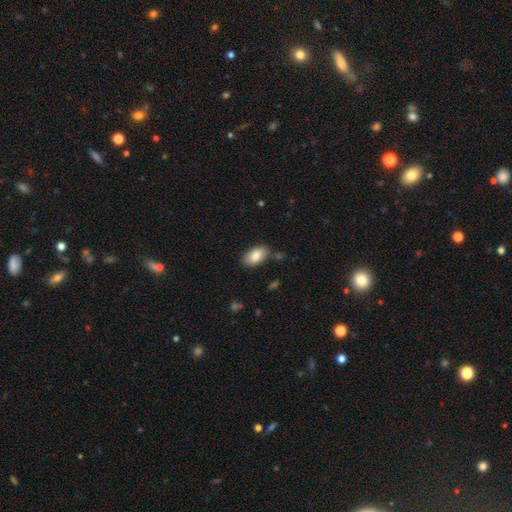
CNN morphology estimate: smooth_or_featured: smooth (p=0.83) [alt: featured or disk p=0.10]
how_rounded: in between (p=0.93) [alt: round p=0.05]
merging: none (p=0.80) [alt: minor disturbance p=0.13]